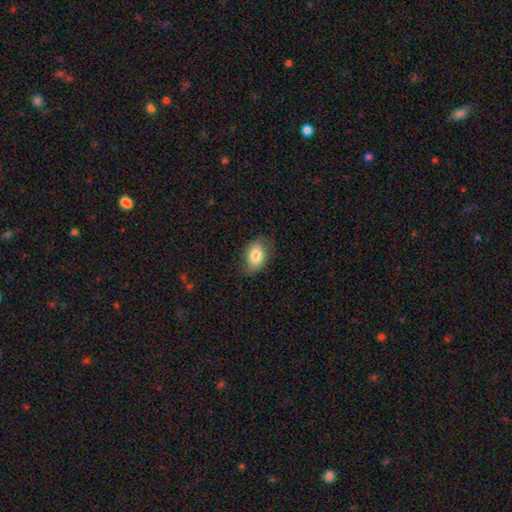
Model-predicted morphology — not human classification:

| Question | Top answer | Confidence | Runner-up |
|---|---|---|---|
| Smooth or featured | smooth | 79% | featured or disk (14%) |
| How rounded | in between | 87% | round (12%) |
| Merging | none | 77% | minor disturbance (17%) |